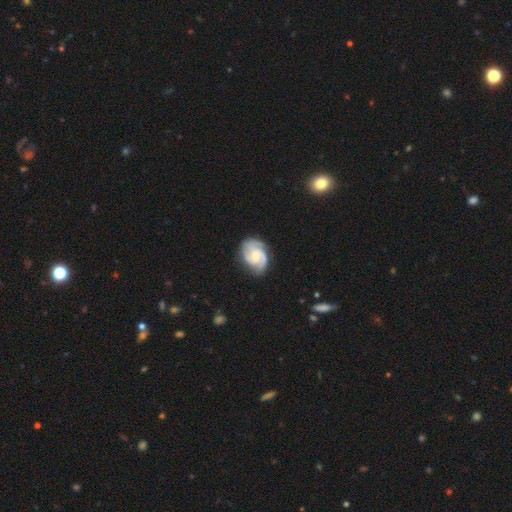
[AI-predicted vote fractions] Smooth or featured?
  - featured or disk: 84% *
  - smooth: 11%
  - star or artifact: 5%
Edge-on disk?
  - no: 98% *
  - yes: 2%
Bar?
  - no: 58% *
  - weak: 36%
  - strong: 6%
Spiral arms?
  - yes: 97% *
  - no: 3%
Spiral winding?
  - tight: 48% *
  - medium: 43%
  - loose: 9%
Spiral arm count?
  - 3: 42% *
  - 2: 37%
  - can't tell: 10%
  - 4: 4%
  - 1: 4%
  - more than 4: 3%
Bulge size?
  - small: 52% *
  - moderate: 41%
  - none: 4%
  - large: 2%
  - dominant: 1%
Merging?
  - none: 73% *
  - minor disturbance: 20%
  - major disturbance: 6%
  - merger: 1%